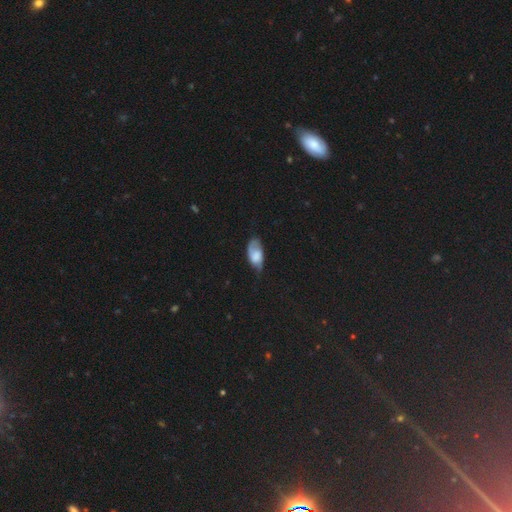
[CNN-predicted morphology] smooth-or-featured: smooth: 53% | featured or disk: 39% | star or artifact: 8%
  how-rounded: in between: 90% | cigar-shaped: 5% | round: 5%
  merging: none: 47% | minor disturbance: 35% | major disturbance: 15% | merger: 2%